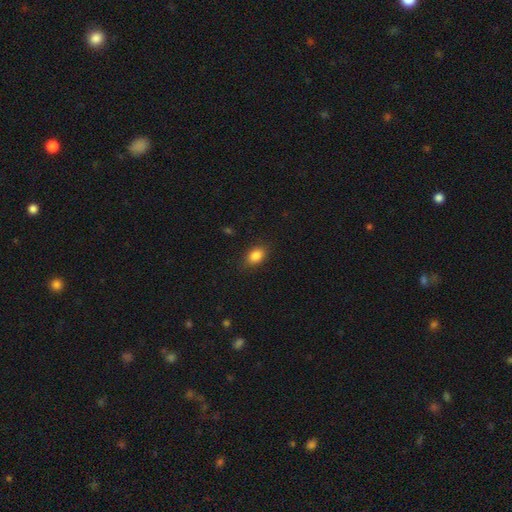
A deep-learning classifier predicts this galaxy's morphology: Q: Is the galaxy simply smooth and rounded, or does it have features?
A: smooth — 86%.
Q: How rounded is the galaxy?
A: in between — 82%.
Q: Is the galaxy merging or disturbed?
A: none — 85%.